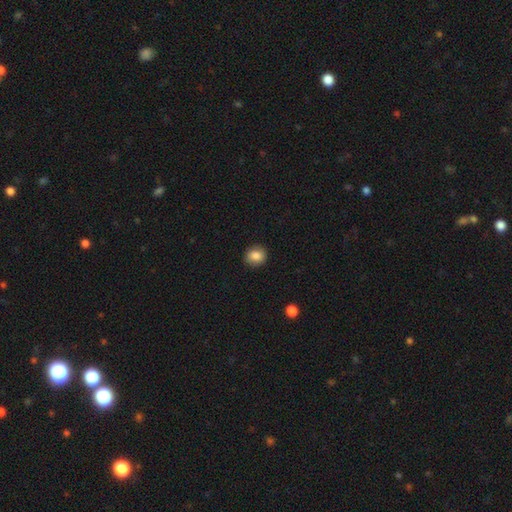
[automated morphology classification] type=smooth (85%); roundness=round (74%); merging=none (88%).